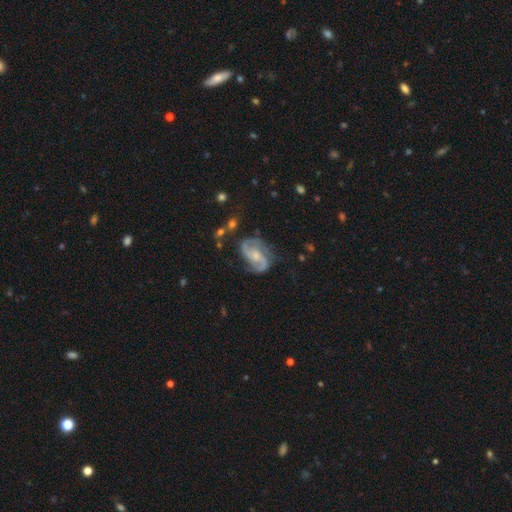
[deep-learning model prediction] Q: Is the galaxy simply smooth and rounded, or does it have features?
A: featured or disk — 89%.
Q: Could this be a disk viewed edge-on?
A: no — 98%.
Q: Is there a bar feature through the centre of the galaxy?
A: no — 51%.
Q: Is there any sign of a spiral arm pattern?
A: yes — 97%.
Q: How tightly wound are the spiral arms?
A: medium — 56%.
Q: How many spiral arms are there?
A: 2 — 86%.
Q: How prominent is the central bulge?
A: moderate — 47%.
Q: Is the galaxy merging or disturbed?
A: none — 68%.